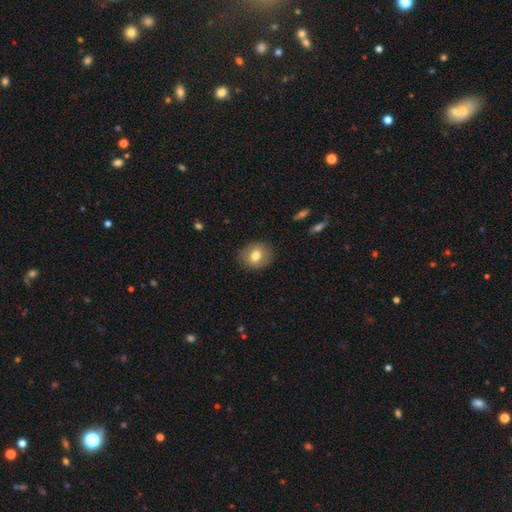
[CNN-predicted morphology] type=smooth (76%); roundness=round (65%); merging=none (87%).